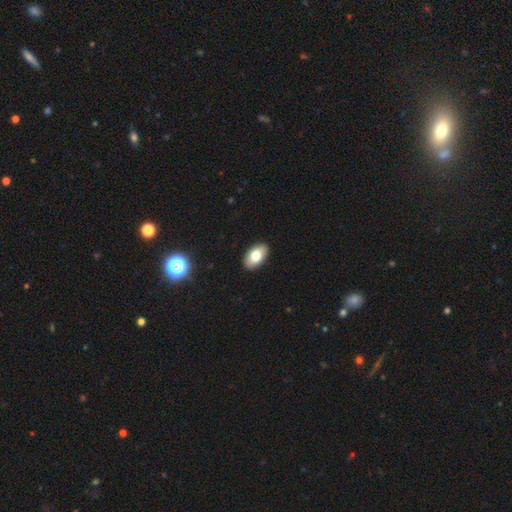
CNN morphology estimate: Q: Smooth or featured?
A: smooth (78%); runner-up: featured or disk (14%)
Q: How rounded?
A: in between (94%); runner-up: round (5%)
Q: Merging?
A: none (90%); runner-up: minor disturbance (7%)